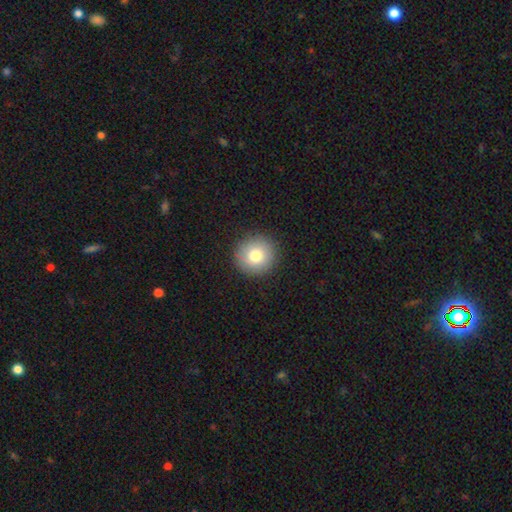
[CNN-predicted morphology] smooth 80%, featured or disk 11%, star or artifact 9%. Down the decision tree: how rounded — round (95%); merging — none (91%).